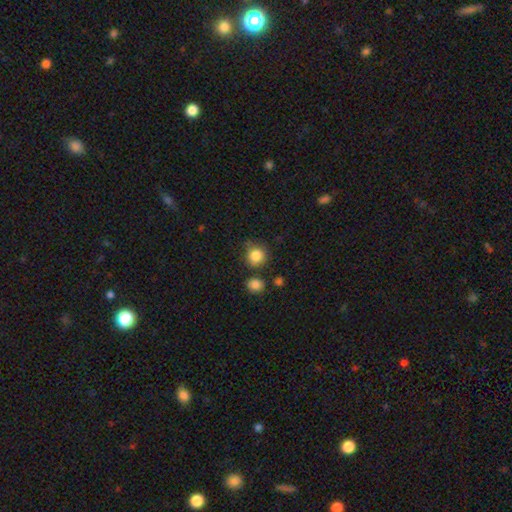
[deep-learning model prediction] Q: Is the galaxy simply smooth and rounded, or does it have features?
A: smooth — 84%.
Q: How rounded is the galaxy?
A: round — 90%.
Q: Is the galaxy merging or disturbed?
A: none — 75%.